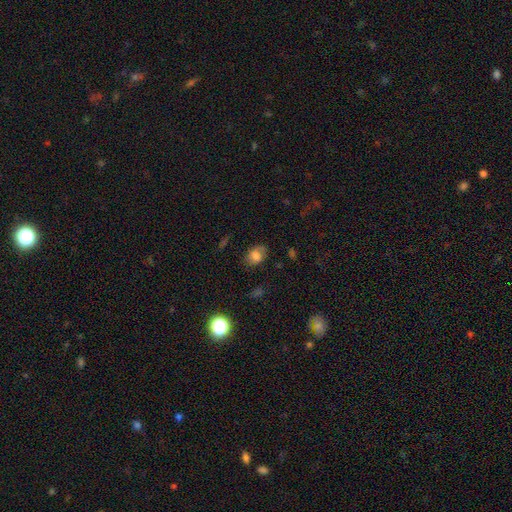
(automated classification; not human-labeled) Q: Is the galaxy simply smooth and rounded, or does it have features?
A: smooth — 73%.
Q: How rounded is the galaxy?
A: in between — 74%.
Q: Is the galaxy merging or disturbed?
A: none — 70%.